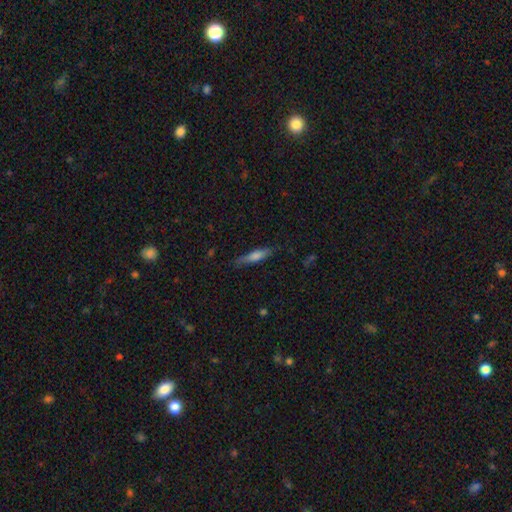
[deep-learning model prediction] Smooth or featured? smooth (59%)
How rounded? cigar-shaped (79%)
Merging? none (79%)